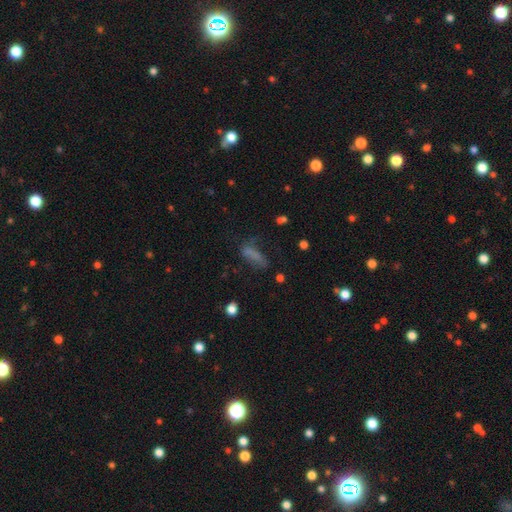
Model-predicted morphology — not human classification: The model was most divided on "how rounded": in between: 49%, cigar-shaped: 45%, round: 6%. Remaining: smooth or featured — smooth (55%); merging — none (46%).